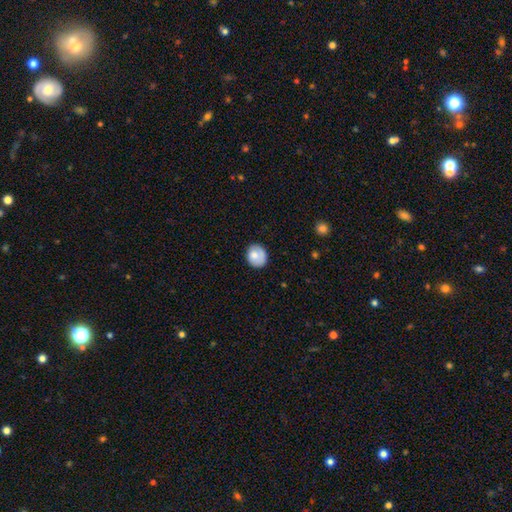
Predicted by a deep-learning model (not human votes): This is likely a smooth galaxy (77%). How rounded: likely round (69%). Merging: likely none (75%).